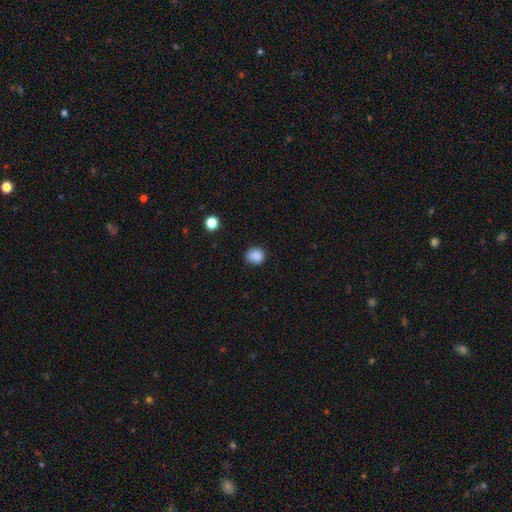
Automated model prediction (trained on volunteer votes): This appears to be a smooth galaxy with no disk features (87%) that is round (76%). Merging: none (84%).